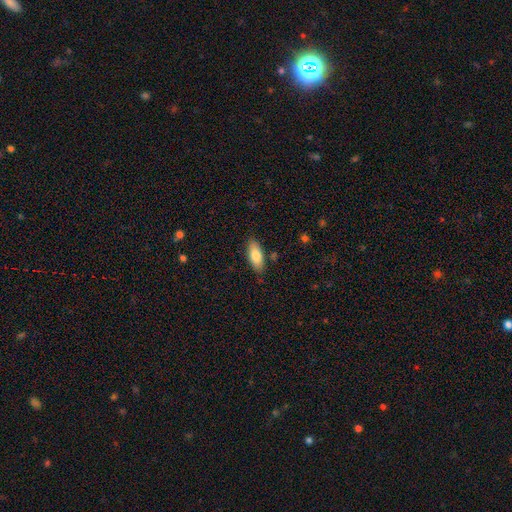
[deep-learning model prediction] Smooth or featured?
  - smooth: 81% *
  - featured or disk: 13%
  - star or artifact: 6%
How rounded?
  - in between: 79% *
  - cigar-shaped: 19%
  - round: 2%
Merging?
  - none: 83% *
  - minor disturbance: 12%
  - major disturbance: 2%
  - merger: 2%